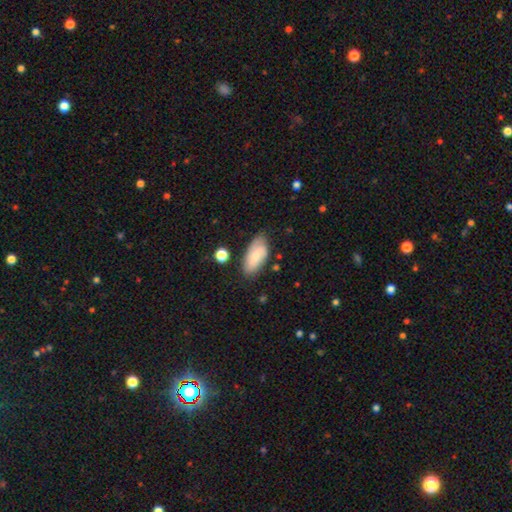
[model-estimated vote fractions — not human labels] The model was most divided on "smooth or featured": smooth: 65%, featured or disk: 28%, star or artifact: 7%. More confident: how rounded — in between (91%); merging — none (67%).